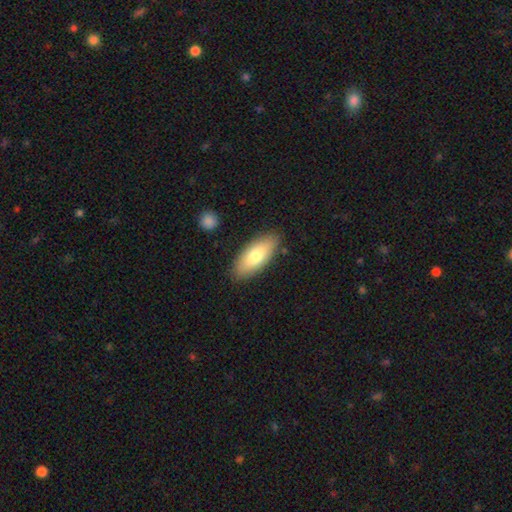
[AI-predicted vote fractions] This appears to be a smooth galaxy with no disk features (74%) that is in between round and cigar-shaped (80%). Merging: none (85%).